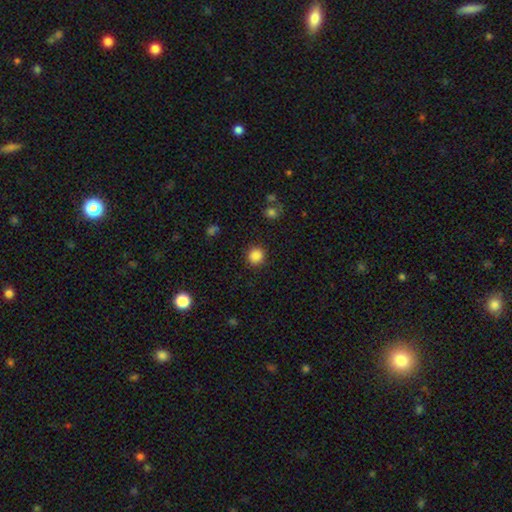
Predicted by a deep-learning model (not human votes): Morphology: type=smooth (86%); roundness=round (92%); merging=none (90%).